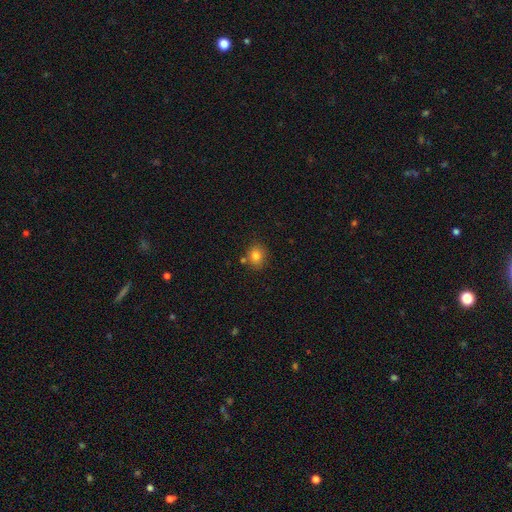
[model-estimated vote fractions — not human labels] Overall: smooth (81%). How rounded: round (66%; in between 33%). Merging: none (75%).